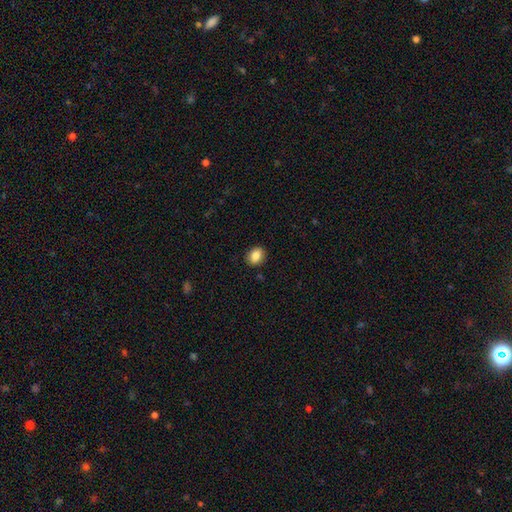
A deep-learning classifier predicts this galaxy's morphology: Smooth or featured?
  - smooth: 86% *
  - star or artifact: 9%
  - featured or disk: 6%
How rounded?
  - in between: 55% *
  - round: 44%
  - cigar-shaped: 1%
Merging?
  - none: 90% *
  - minor disturbance: 7%
  - major disturbance: 2%
  - merger: 1%